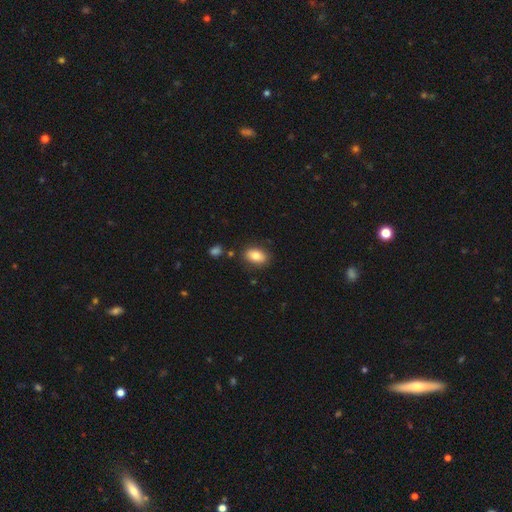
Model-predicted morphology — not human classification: smooth_or_featured: smooth (p=0.83) [alt: featured or disk p=0.09]
how_rounded: in between (p=0.89) [alt: round p=0.10]
merging: none (p=0.83) [alt: minor disturbance p=0.11]